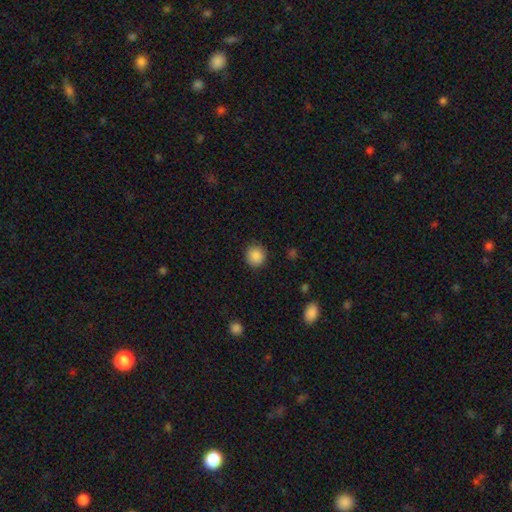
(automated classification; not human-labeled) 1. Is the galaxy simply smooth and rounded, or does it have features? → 88% smooth, 9% star or artifact, 3% featured or disk.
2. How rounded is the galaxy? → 91% round, 8% in between, 1% cigar-shaped.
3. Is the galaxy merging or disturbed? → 89% none, 7% minor disturbance, 2% major disturbance, 1% merger.